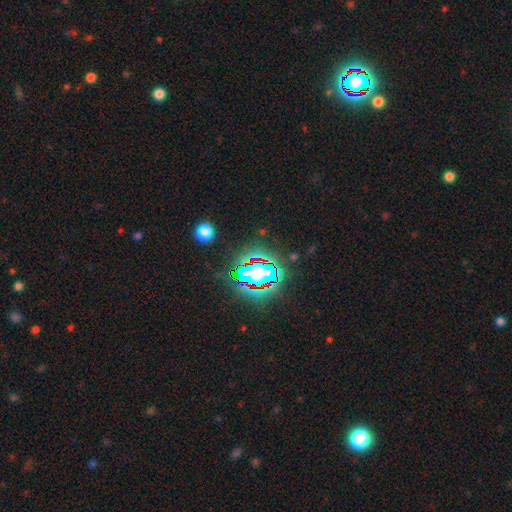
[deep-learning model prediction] A star or artifact, not a galaxy (83%).

Vote fractions:
- Smooth or featured? star or artifact: 83% / smooth: 10% / featured or disk: 7%